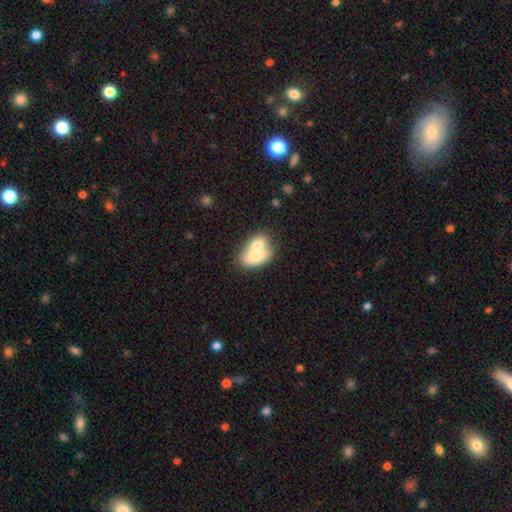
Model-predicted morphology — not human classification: smooth 66%, featured or disk 27%, star or artifact 7%. Down the decision tree: how rounded — in between (81%); merging — merger (71%).